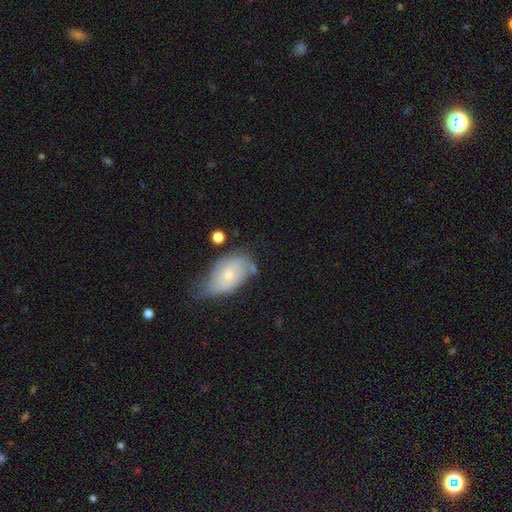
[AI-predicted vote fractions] Morphology: type=smooth (50%); roundness=in between (75%); merging=none (54%).